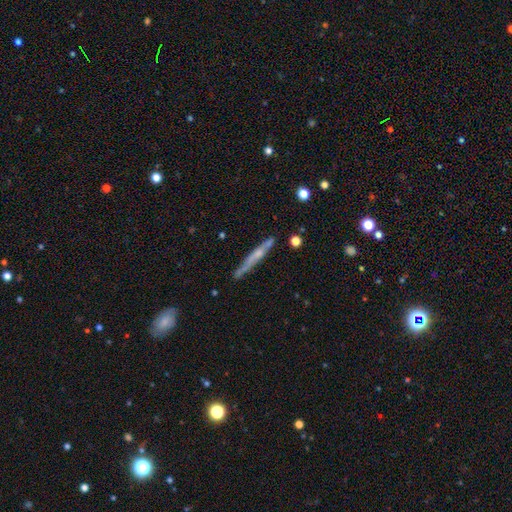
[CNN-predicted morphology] type=featured or disk (53%); edge-on=yes (92%); merging=none (76%).